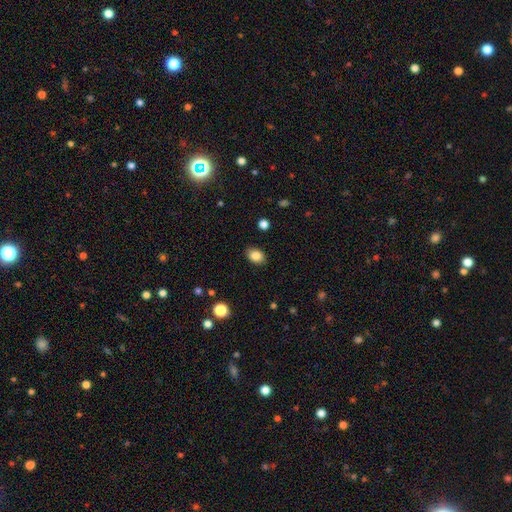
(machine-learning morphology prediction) Overall: smooth (85%). How rounded: in between (72%). Merging: none (88%).